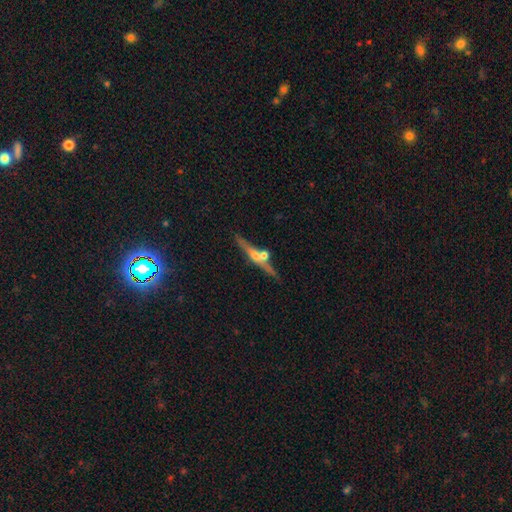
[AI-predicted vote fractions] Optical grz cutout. It shows a featured or disk galaxy (65%) viewed edge-on (93%) with a rounded central bulge (87%). Merging: none (64%).